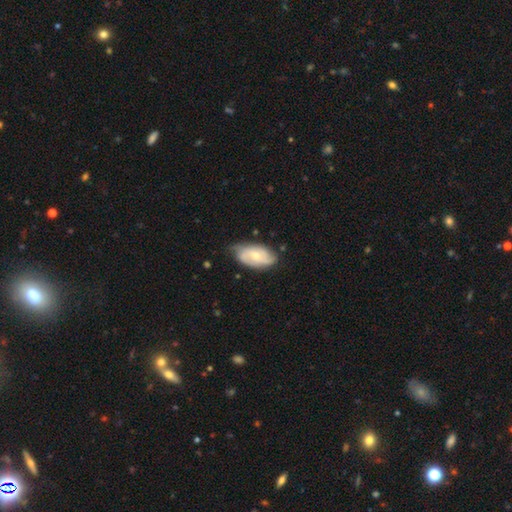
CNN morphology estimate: Smooth or featured: featured or disk — 61% (smooth — 33%)
Edge-on disk: no — 94% (yes — 6%)
Bar: no — 62% (weak — 31%)
Spiral arms: yes — 87% (no — 13%)
Bulge size: small — 48% (tied with moderate — 48%)
Merging: none — 64% (minor disturbance — 29%)